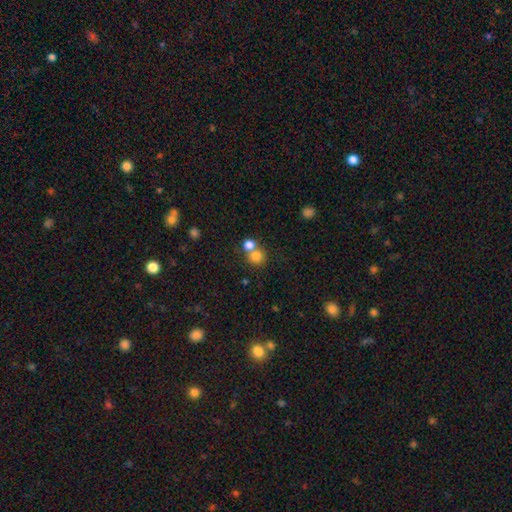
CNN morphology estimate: Q: Smooth or featured?
A: smooth (78%); runner-up: star or artifact (12%)
Q: How rounded?
A: round (85%); runner-up: in between (14%)
Q: Merging?
A: none (47%); runner-up: merger (44%)